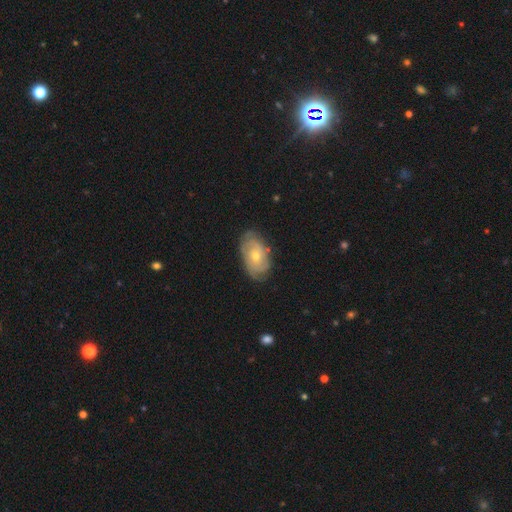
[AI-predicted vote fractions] Smooth or featured? featured or disk (72%)
Edge-on disk? no (95%)
Bar? no (78%)
Spiral arms? yes (90%)
Spiral winding? tight (65%)
Spiral arm count? can't tell (39%)
Bulge size? small (52%)
Merging? none (78%)